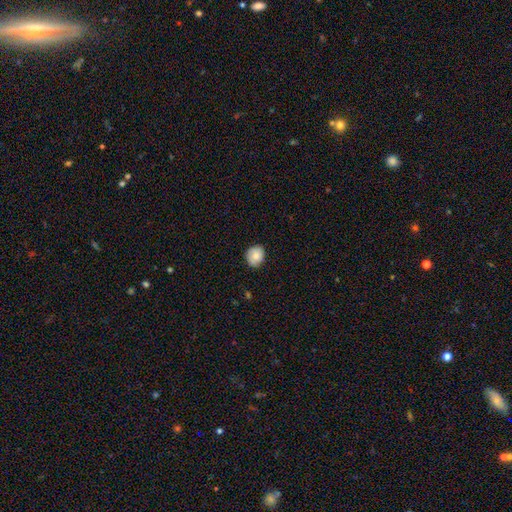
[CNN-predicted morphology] smooth 82%, featured or disk 11%, star or artifact 8%. Down the decision tree: how rounded — round (61%); merging — none (80%).